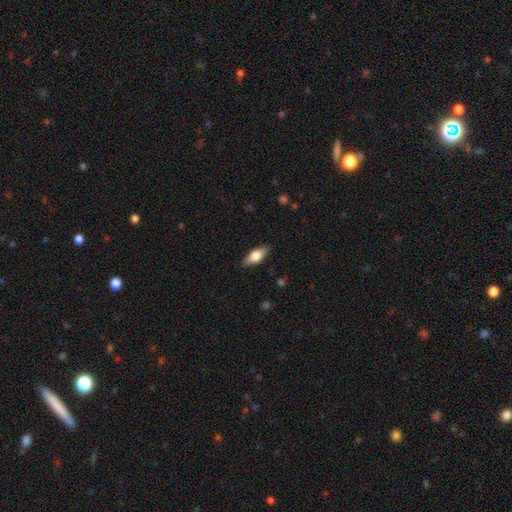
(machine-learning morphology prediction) smooth_or_featured: smooth (p=0.65) [alt: featured or disk p=0.29]
how_rounded: in between (p=0.75) [alt: cigar-shaped p=0.22]
merging: none (p=0.87) [alt: minor disturbance p=0.10]